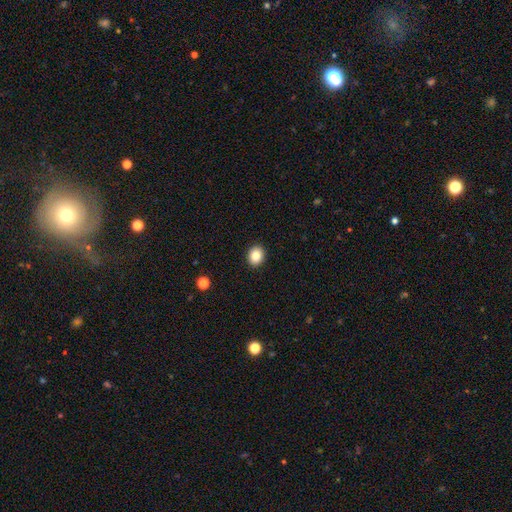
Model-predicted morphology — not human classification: The model was most divided on "how rounded": round: 62%, in between: 37%, cigar-shaped: 1%. More confident: merging — none (92%); smooth or featured — smooth (84%).